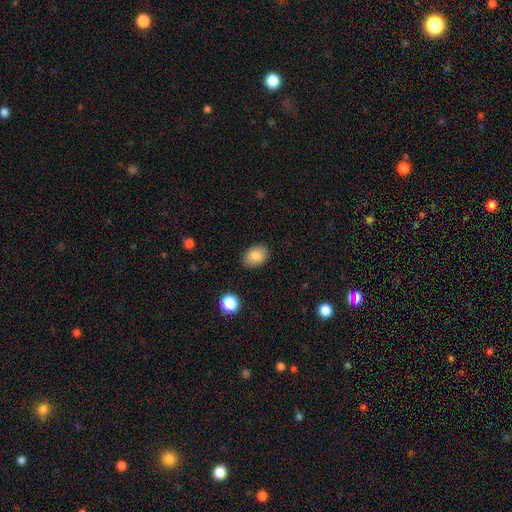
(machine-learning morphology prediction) This is clearly a smooth galaxy (85%). How rounded: likely in between (77%). Merging: clearly none (86%).